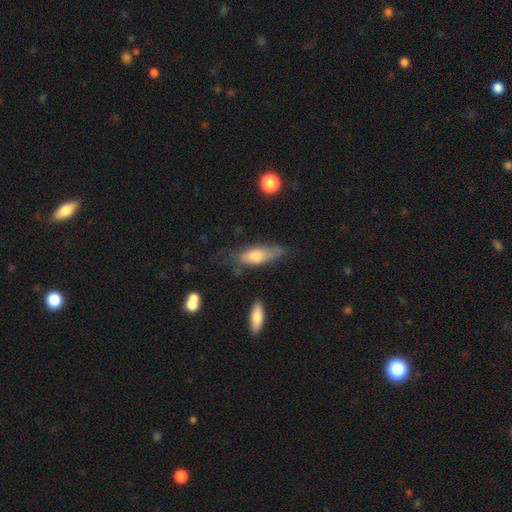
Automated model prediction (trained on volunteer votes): The model was most divided on "how rounded": in between: 58%, cigar-shaped: 39%, round: 2%. More confident: smooth or featured — smooth (69%); merging — none (53%).